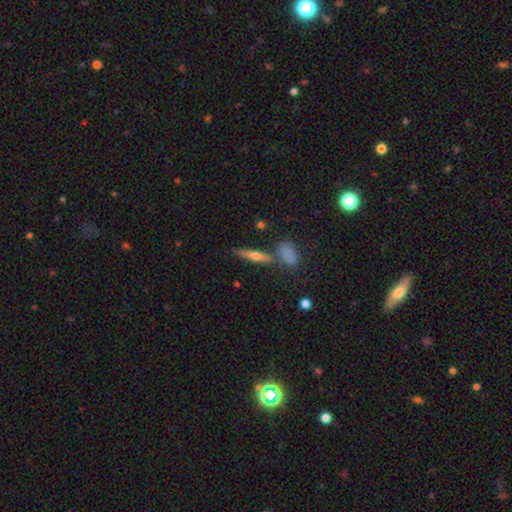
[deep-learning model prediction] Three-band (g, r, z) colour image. It shows a featured or disk galaxy (55%) viewed edge-on (94%) with a rounded central bulge (88%). Merging: none (73%).